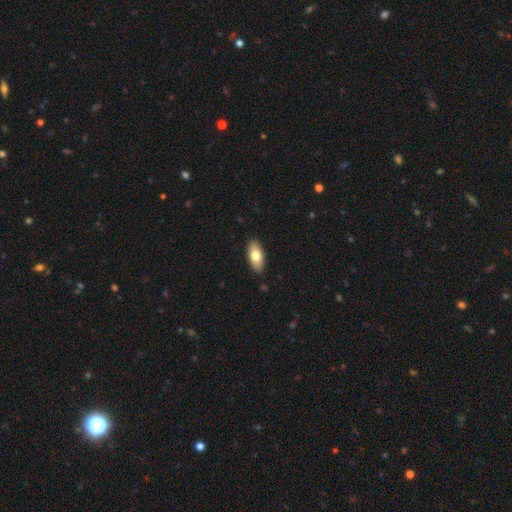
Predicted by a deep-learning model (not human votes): This appears to be a smooth galaxy with no disk features (75%) that is in between round and cigar-shaped (90%). Merging: none (89%).